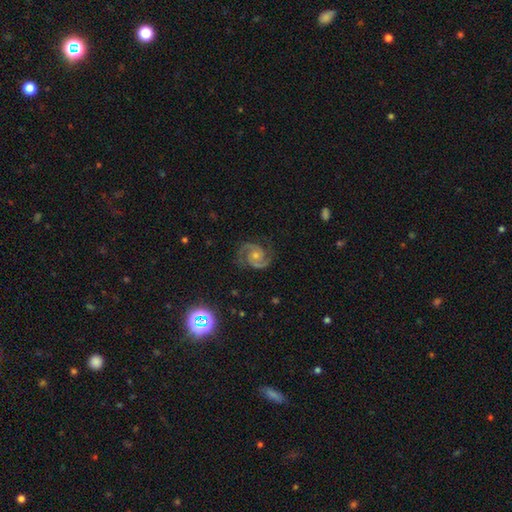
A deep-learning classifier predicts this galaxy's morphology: A featured or disk galaxy (88%) with no bar (66%), 2 (91%) medium (52%) spiral arms (98%) and a small central bulge (52%).

Vote fractions:
- Smooth or featured? featured or disk: 88% / star or artifact: 8% / smooth: 4%
- Edge-on disk? no: 98% / yes: 2%
- Bar? no: 66% / weak: 27% / strong: 7%
- Spiral arms? yes: 98% / no: 2%
- Spiral winding? medium: 52% / tight: 41% / loose: 7%
- Spiral arm count? 2: 91% / 3: 4% / can't tell: 2% / 1: 1% / 4: 1% / more than 4: 1%
- Bulge size? small: 52% / moderate: 41% / none: 4% / large: 2% / dominant: 1%
- Merging? none: 82% / minor disturbance: 13% / major disturbance: 4% / merger: 1%